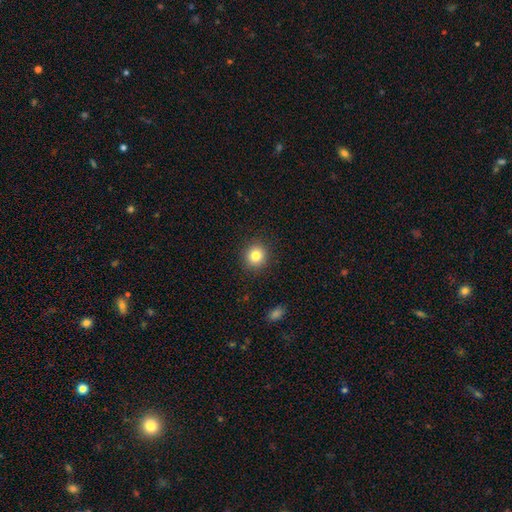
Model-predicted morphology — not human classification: Smooth or featured?
  - smooth: 82% *
  - star or artifact: 11%
  - featured or disk: 7%
How rounded?
  - round: 90% *
  - in between: 10%
  - cigar-shaped: 1%
Merging?
  - none: 91% *
  - minor disturbance: 6%
  - major disturbance: 2%
  - merger: 1%